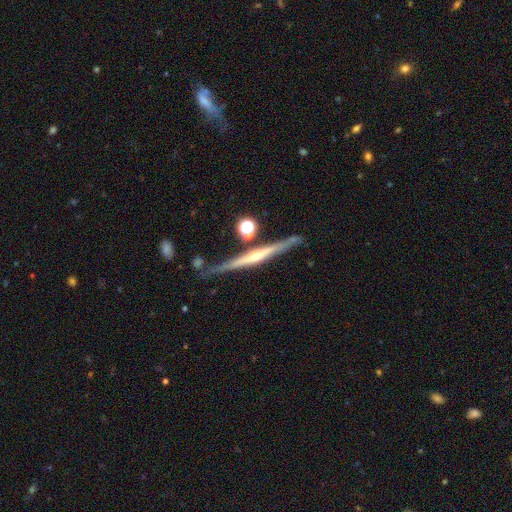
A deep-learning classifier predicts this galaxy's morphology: Smooth or featured: featured or disk — 78% (smooth — 15%)
Edge-on disk: yes — 97% (no — 3%)
Edge-on bulge: rounded — 75% (none — 19%)
Merging: none — 78% (minor disturbance — 13%)